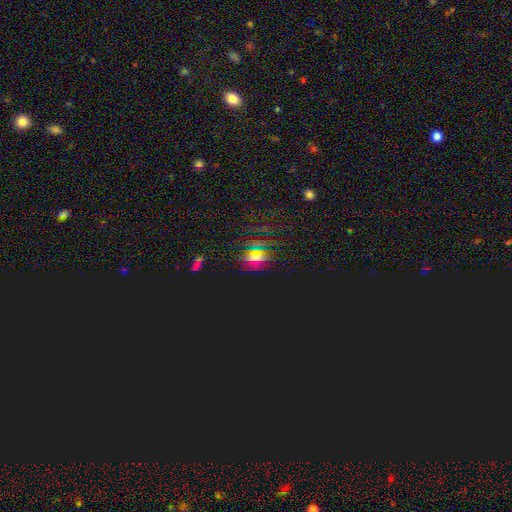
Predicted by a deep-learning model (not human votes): Smooth or featured?
  - star or artifact: 65% *
  - smooth: 26%
  - featured or disk: 10%